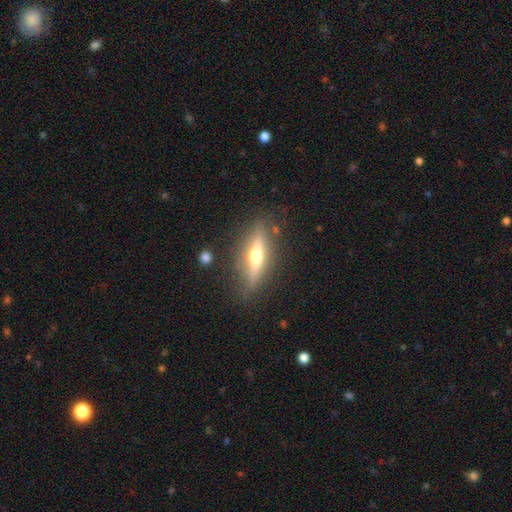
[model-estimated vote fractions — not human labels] Overall: featured or disk (60%; smooth 34%). Edge-on disk: yes (88%). Edge-on bulge: rounded (93%). Merging: none (82%).